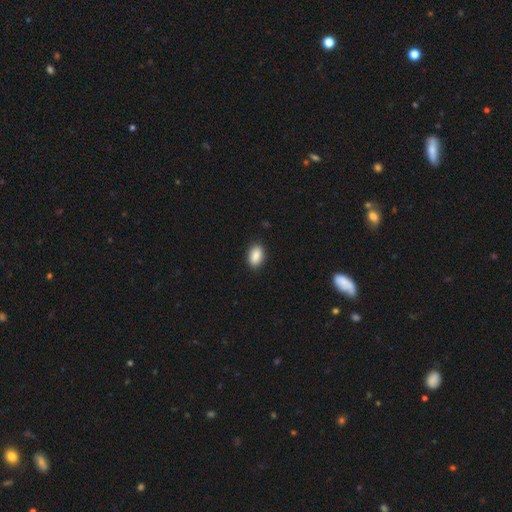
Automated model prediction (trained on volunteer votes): Overall: smooth (89%). How rounded: in between (90%). Merging: none (89%).